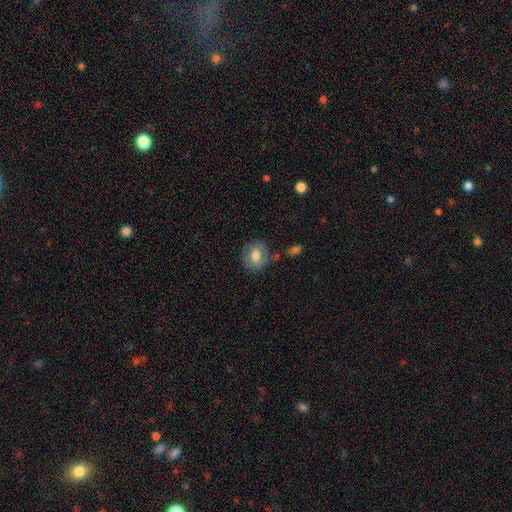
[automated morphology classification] Smooth or featured? smooth (67%)
How rounded? round (62%)
Merging? none (71%)